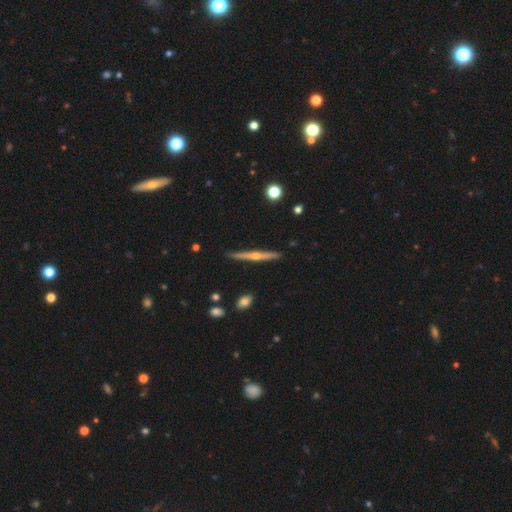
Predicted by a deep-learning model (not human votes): featured or disk 76%, smooth 18%, star or artifact 6%. Down the decision tree: edge-on disk — yes (98%); edge-on bulge — rounded (86%); merging — none (90%).